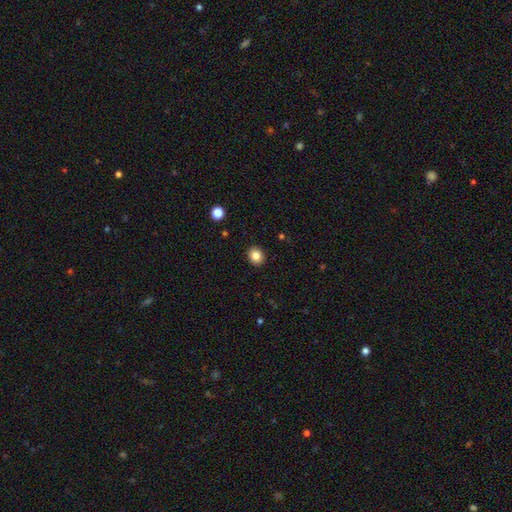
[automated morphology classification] A smooth galaxy with no disk features (83%) that is round (68%). Merging: none (91%).